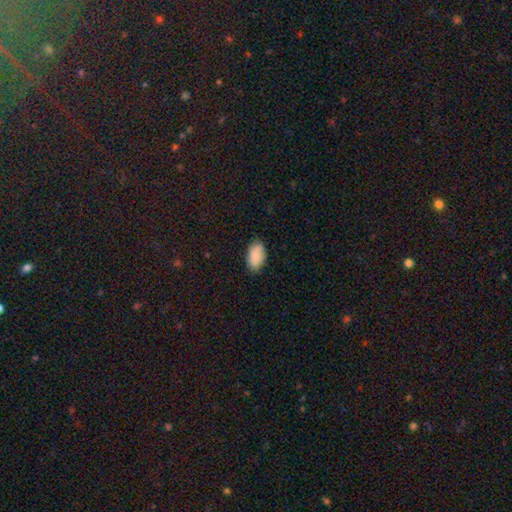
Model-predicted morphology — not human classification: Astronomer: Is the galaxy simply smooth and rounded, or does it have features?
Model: smooth — 86%.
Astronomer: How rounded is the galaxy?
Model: in between — 94%.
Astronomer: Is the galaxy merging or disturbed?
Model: none — 80%.